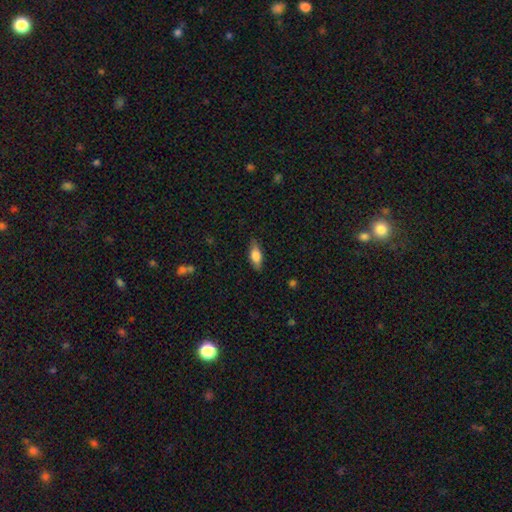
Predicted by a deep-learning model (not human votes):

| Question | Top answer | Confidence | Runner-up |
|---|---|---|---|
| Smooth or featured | smooth | 73% | featured or disk (20%) |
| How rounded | in between | 76% | cigar-shaped (21%) |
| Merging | none | 83% | minor disturbance (13%) |